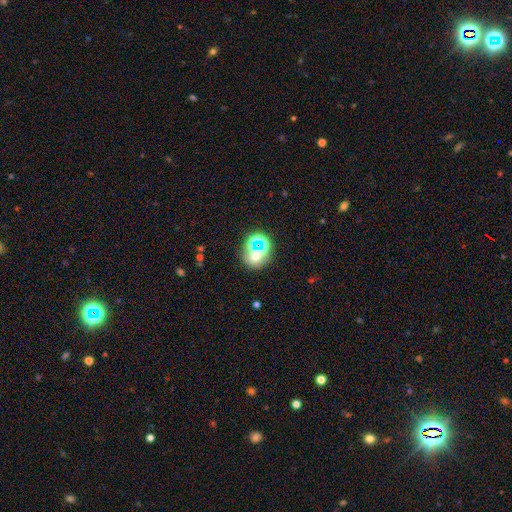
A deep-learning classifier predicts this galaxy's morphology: type=smooth (47%); merging=none (55%).